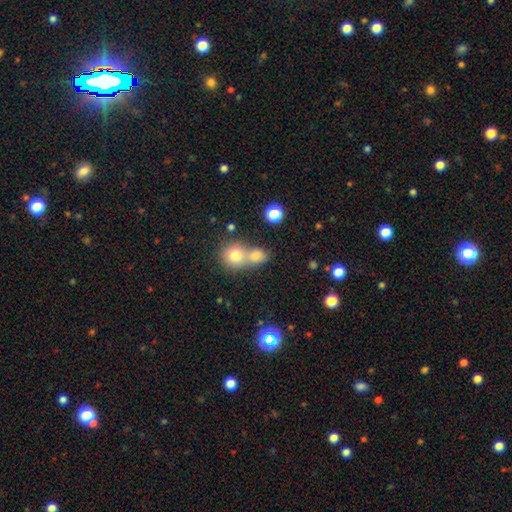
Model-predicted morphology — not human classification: smooth_or_featured: smooth (p=0.77) [alt: star or artifact p=0.12]
how_rounded: round (p=0.66) [alt: in between p=0.33]
merging: merger (p=0.56) [alt: none p=0.34]